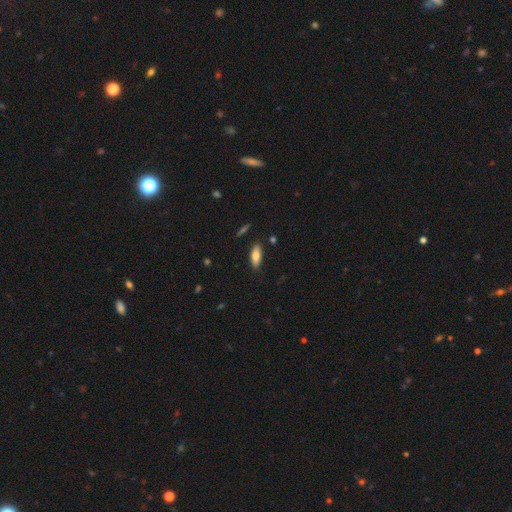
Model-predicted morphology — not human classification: type=smooth (73%); roundness=in between (70%); merging=none (86%).